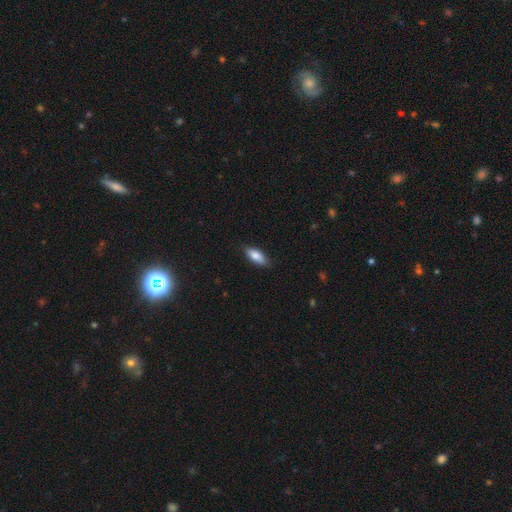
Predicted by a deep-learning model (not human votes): Morphology: type=smooth (83%); roundness=in between (77%); merging=none (83%).